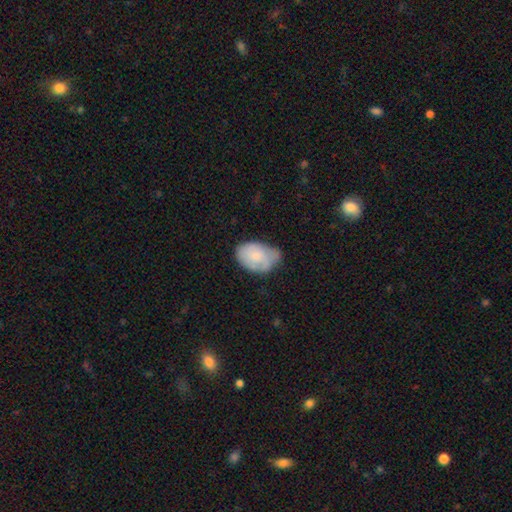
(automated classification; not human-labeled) This appears to be a smooth galaxy with no disk features (67%) that is in between round and cigar-shaped (87%). Merging: minor disturbance (43%).